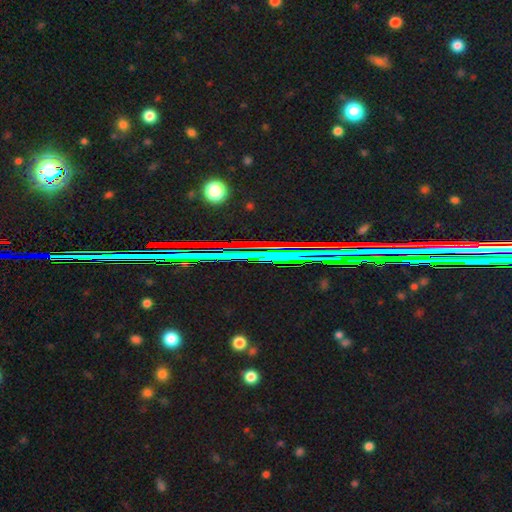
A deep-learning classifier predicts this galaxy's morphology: A star or artifact, not a galaxy (78%).

Vote fractions:
- Smooth or featured? star or artifact: 78% / featured or disk: 12% / smooth: 10%